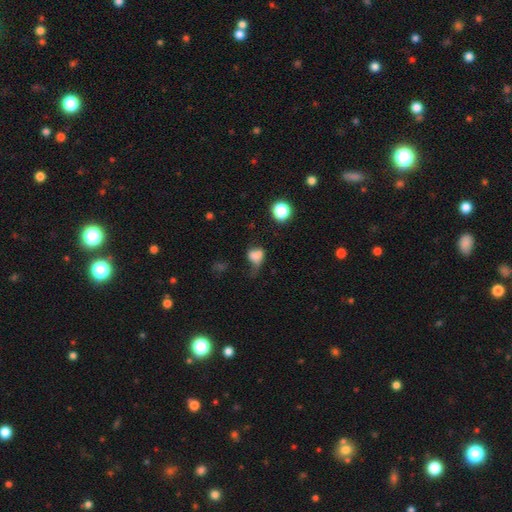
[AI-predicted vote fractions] The model was most divided on "merging": major disturbance: 31%, minor disturbance: 24%, none: 23%, merger: 21%. More confident: smooth or featured — smooth (68%); how rounded — in between (56%).